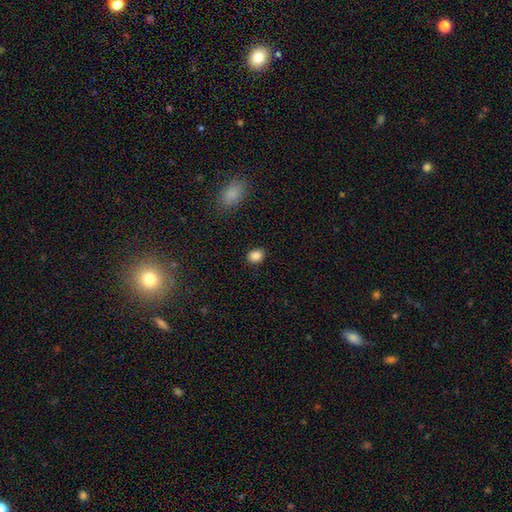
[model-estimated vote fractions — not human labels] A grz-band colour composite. It shows a smooth galaxy with no disk features (85%) that is round (50%). Merging: none (87%).